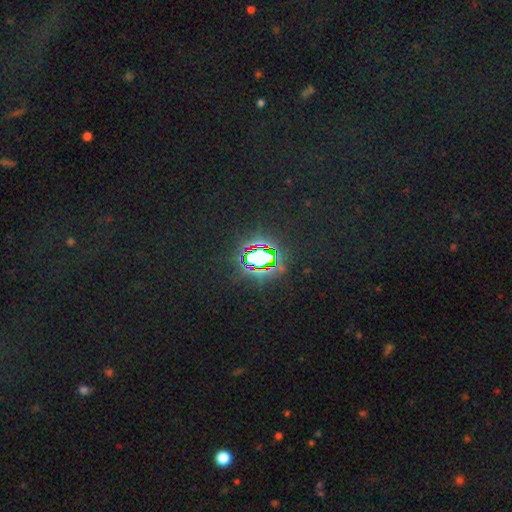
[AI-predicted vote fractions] This is likely a star or artifact rather than a galaxy (75%).